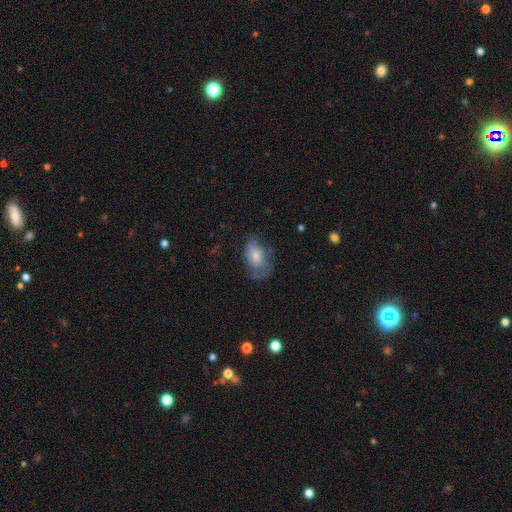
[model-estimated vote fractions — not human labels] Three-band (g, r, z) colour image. It shows a smooth galaxy with no disk features (61%) that is in between round and cigar-shaped (85%). Merging: none (45%).